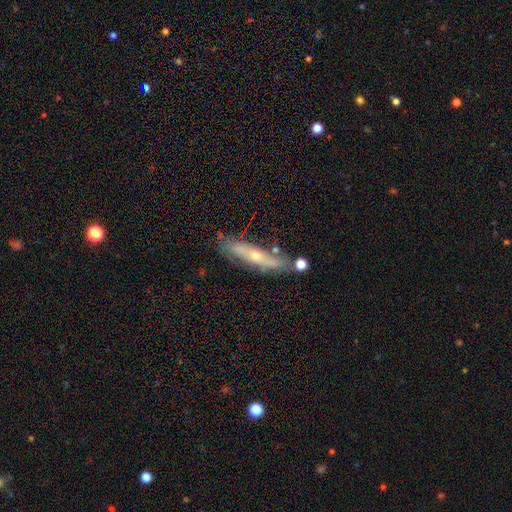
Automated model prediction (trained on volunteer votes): Overall: featured or disk (61%; smooth 32%). Edge-on disk: yes (66%; no 34%). Merging: none (66%).